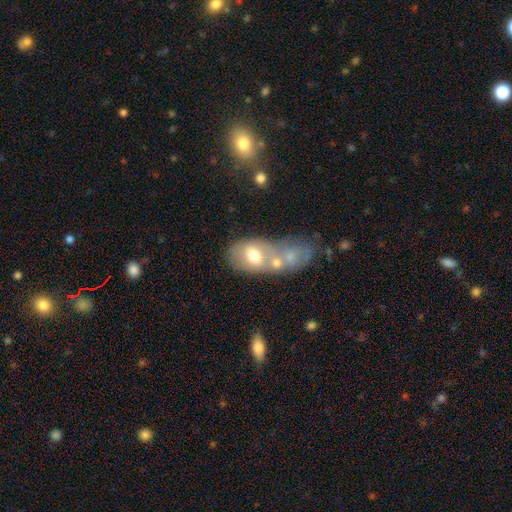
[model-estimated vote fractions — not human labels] The model was most divided on "smooth or featured": smooth: 58%, featured or disk: 33%, star or artifact: 10%. More confident: how rounded — in between (77%); merging — merger (68%).